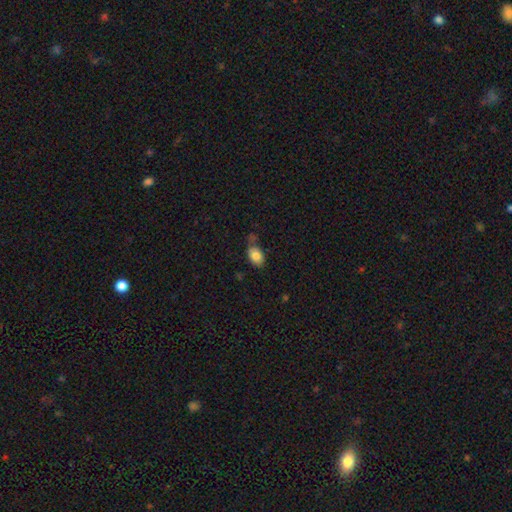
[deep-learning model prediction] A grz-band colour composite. It shows a smooth galaxy with no disk features (82%) that is in between round and cigar-shaped (87%). Merging: none (62%).